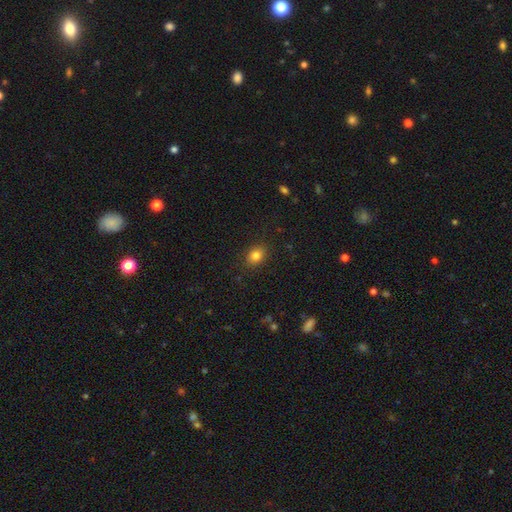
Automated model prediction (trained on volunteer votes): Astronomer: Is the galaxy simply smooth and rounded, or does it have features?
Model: smooth — 82%.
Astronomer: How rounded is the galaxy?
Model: in between — 55% (runner-up: round, 44%).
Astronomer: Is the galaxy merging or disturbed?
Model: none — 87%.